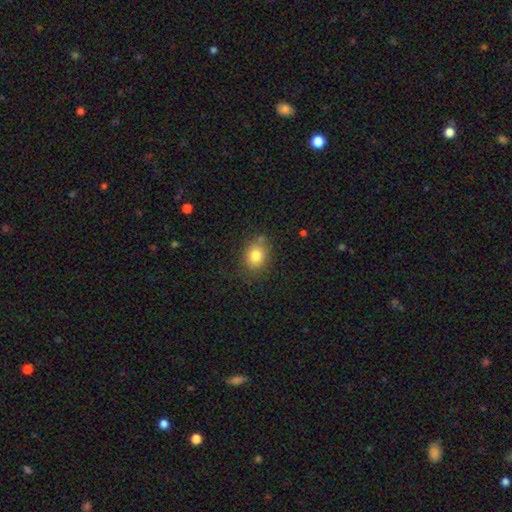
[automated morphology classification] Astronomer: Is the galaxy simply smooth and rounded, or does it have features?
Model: smooth — 81%.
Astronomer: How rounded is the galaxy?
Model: round — 52% (runner-up: in between, 47%).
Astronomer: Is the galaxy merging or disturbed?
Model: none — 75%.